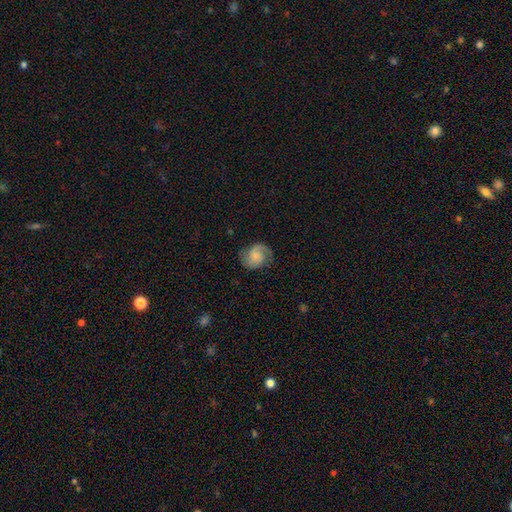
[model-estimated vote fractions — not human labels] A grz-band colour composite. It shows a featured or disk galaxy (73%) with no bar (64%), 2 (84%) medium (49%) spiral arms (96%) and a small central bulge (50%). Merging: none (76%).